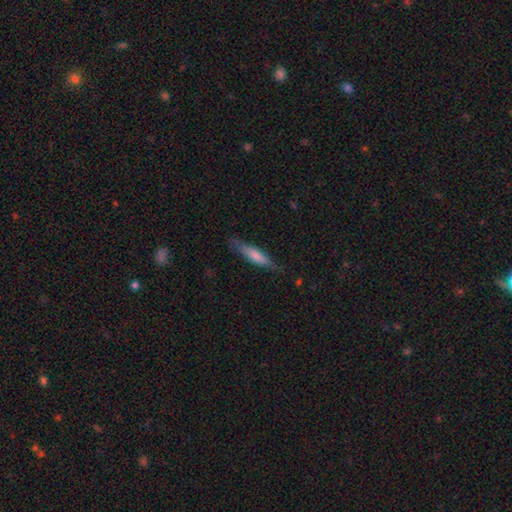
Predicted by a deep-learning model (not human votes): smooth 64%, featured or disk 31%, star or artifact 6%. Down the decision tree: how rounded — cigar-shaped (77%); merging — none (76%).